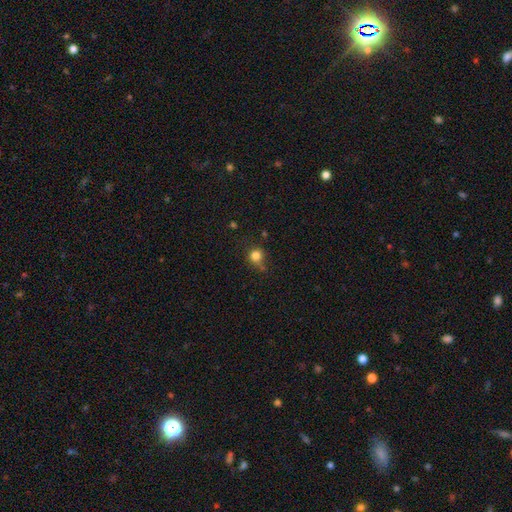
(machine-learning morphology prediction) Overall: smooth (80%). How rounded: round (86%). Merging: none (59%; minor disturbance 26%).